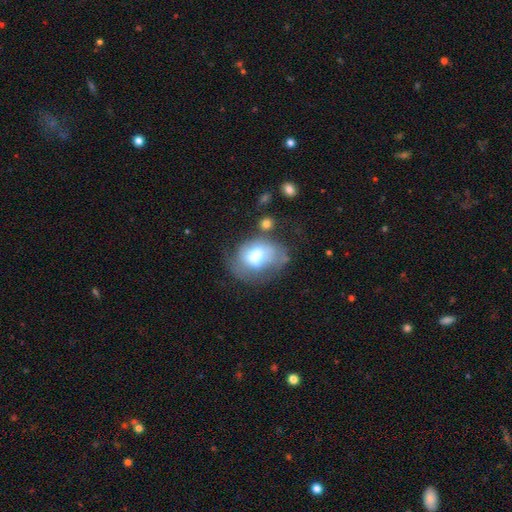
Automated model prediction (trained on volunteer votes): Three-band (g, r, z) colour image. It shows a smooth galaxy with no disk features (55%) that is in between round and cigar-shaped (58%). Merging: none (30%).